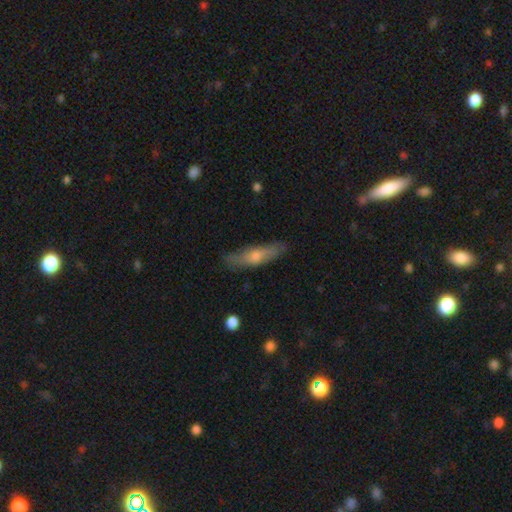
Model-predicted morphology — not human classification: Smooth or featured: smooth — 53% (featured or disk — 41%)
How rounded: cigar-shaped — 71% (in between — 26%)
Merging: none — 82% (minor disturbance — 14%)